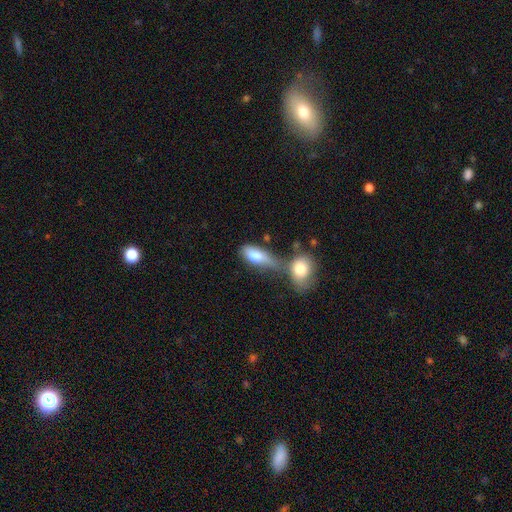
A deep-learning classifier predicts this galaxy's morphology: A smooth galaxy with no disk features (75%) that is in between round and cigar-shaped (79%). Merging: merger (49%).